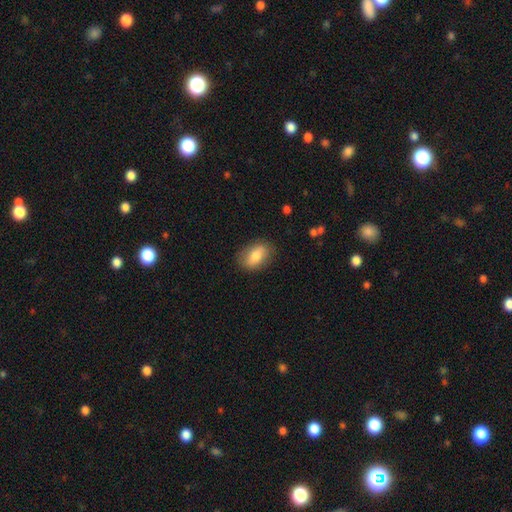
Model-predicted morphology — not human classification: Smooth or featured? Predicted: smooth (p=0.78). How rounded? Predicted: in between (p=0.87). Merging? Predicted: none (p=0.82).